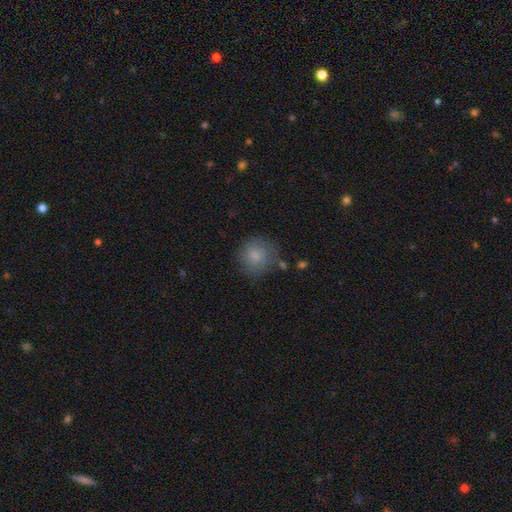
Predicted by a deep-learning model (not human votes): Q: Smooth or featured?
A: smooth (80%); runner-up: featured or disk (12%)
Q: How rounded?
A: round (88%); runner-up: in between (11%)
Q: Merging?
A: none (72%); runner-up: minor disturbance (18%)